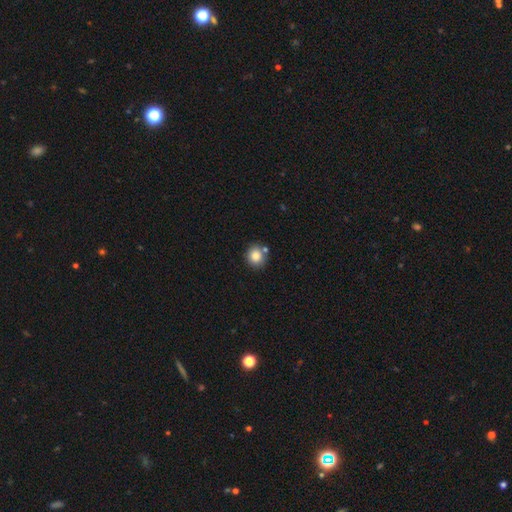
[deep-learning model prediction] Smooth or featured?
  - smooth: 83% *
  - star or artifact: 10%
  - featured or disk: 7%
How rounded?
  - round: 86% *
  - in between: 13%
  - cigar-shaped: 1%
Merging?
  - none: 74% *
  - merger: 13%
  - minor disturbance: 10%
  - major disturbance: 3%